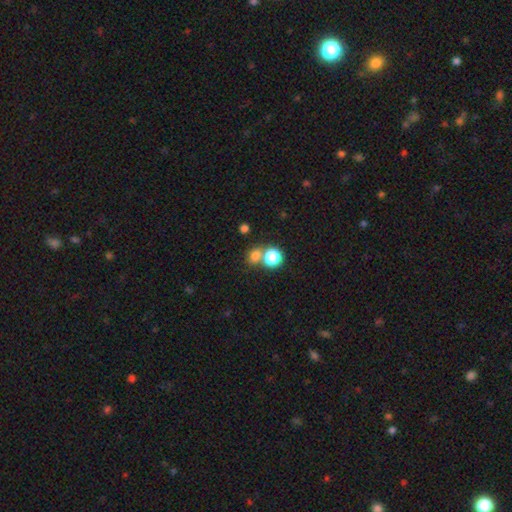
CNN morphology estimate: smooth-or-featured: smooth: 74% | star or artifact: 18% | featured or disk: 7%
  how-rounded: round: 68% | in between: 30% | cigar-shaped: 1%
  merging: none: 53% | merger: 35% | minor disturbance: 8% | major disturbance: 4%